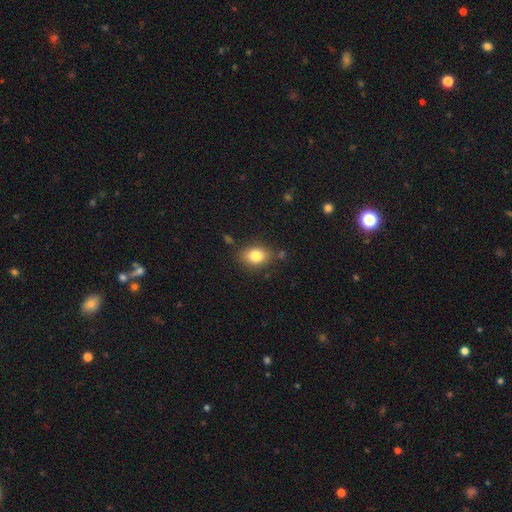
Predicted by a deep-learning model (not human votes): Q: Smooth or featured?
A: smooth (82%); runner-up: featured or disk (9%)
Q: How rounded?
A: in between (74%); runner-up: round (24%)
Q: Merging?
A: none (79%); runner-up: minor disturbance (14%)